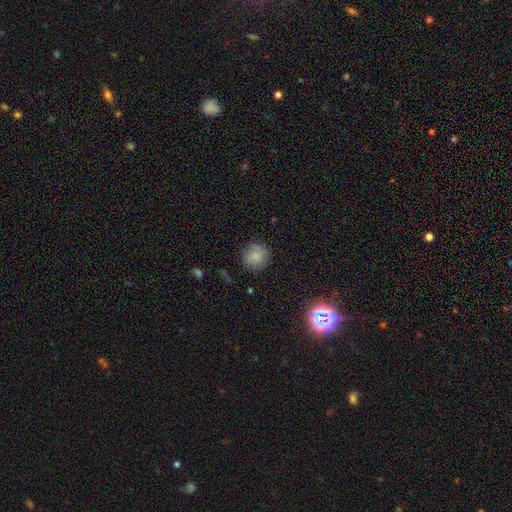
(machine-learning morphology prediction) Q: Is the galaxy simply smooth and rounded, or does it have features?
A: smooth — 75%.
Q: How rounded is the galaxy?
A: round — 88%.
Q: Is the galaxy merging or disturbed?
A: none — 76%.